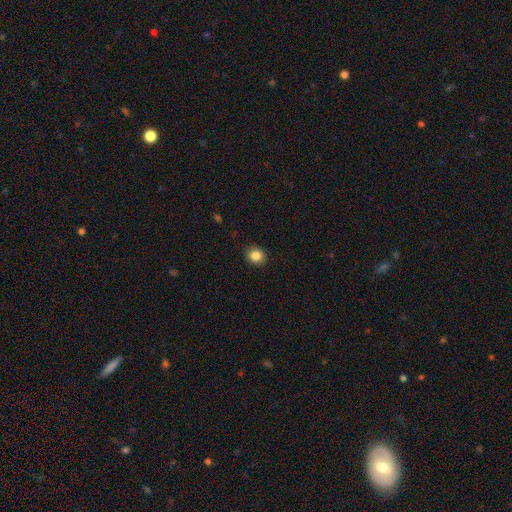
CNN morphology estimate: smooth-or-featured: smooth: 85% | star or artifact: 10% | featured or disk: 5%
  how-rounded: round: 77% | in between: 22% | cigar-shaped: 1%
  merging: none: 91% | minor disturbance: 7% | major disturbance: 2% | merger: 1%